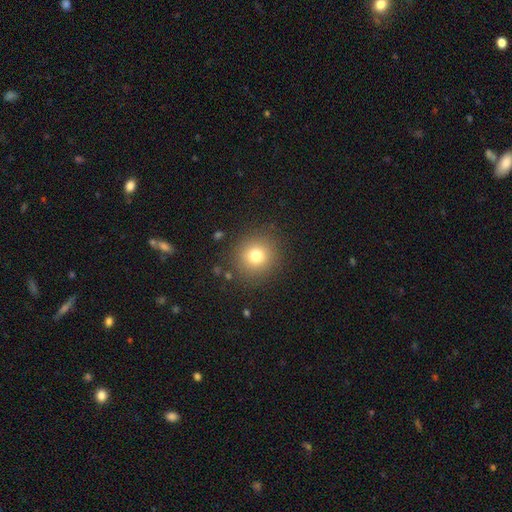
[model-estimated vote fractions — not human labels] Smooth or featured? Predicted: smooth (p=0.76). How rounded? Predicted: round (p=0.91). Merging? Predicted: none (p=0.88).